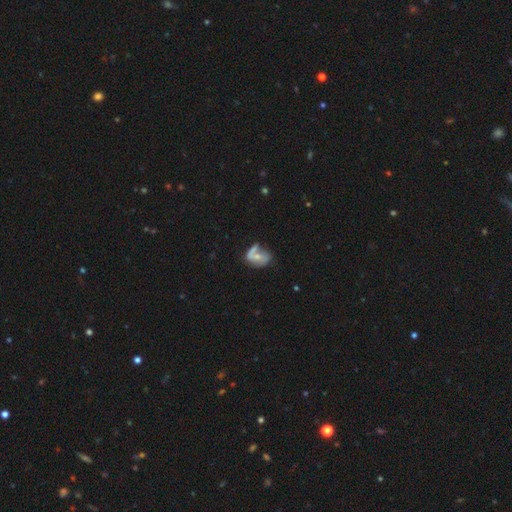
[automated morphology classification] A featured or disk galaxy (52%).

Vote fractions:
- Smooth or featured? featured or disk: 52% / smooth: 39% / star or artifact: 9%
- Edge-on disk? no: 95% / yes: 5%
- Merging? none: 36% / minor disturbance: 23% / merger: 22% / major disturbance: 18%